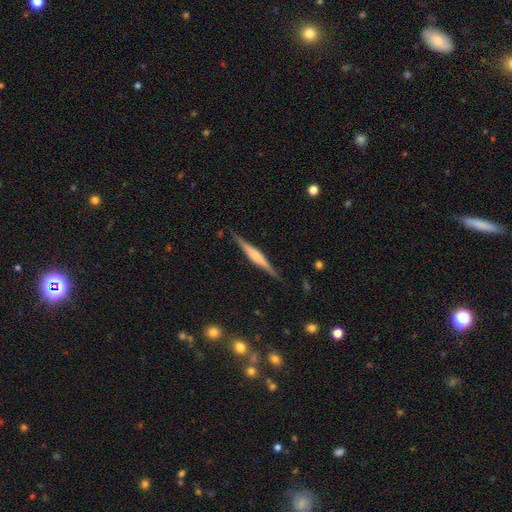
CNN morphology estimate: smooth_or_featured: featured or disk (p=0.71) [alt: smooth p=0.23]
disk_edge_on: yes (p=0.98) [alt: no p=0.02]
edge_on_bulge: rounded (p=0.59) [alt: boxy p=0.31]
merging: none (p=0.87) [alt: minor disturbance p=0.09]